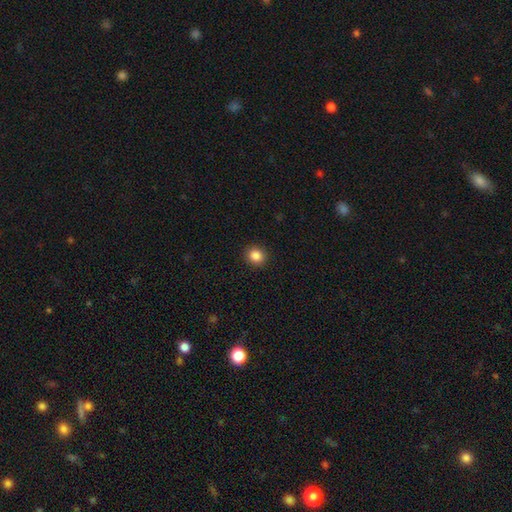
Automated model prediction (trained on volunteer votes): smooth 86%, star or artifact 10%, featured or disk 4%. Down the decision tree: how rounded — round (81%); merging — none (91%).